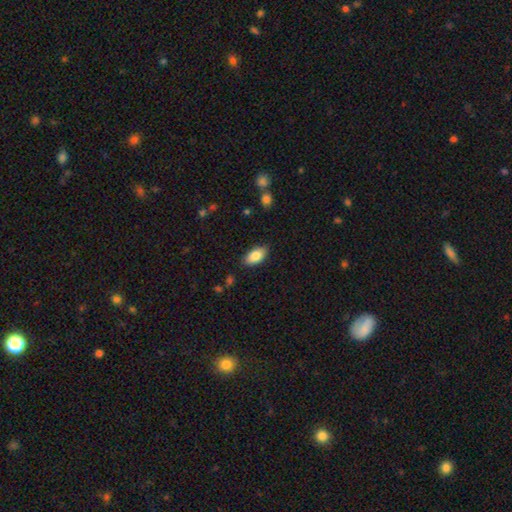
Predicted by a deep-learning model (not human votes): Morphology: type=smooth (84%); roundness=in between (93%); merging=none (86%).